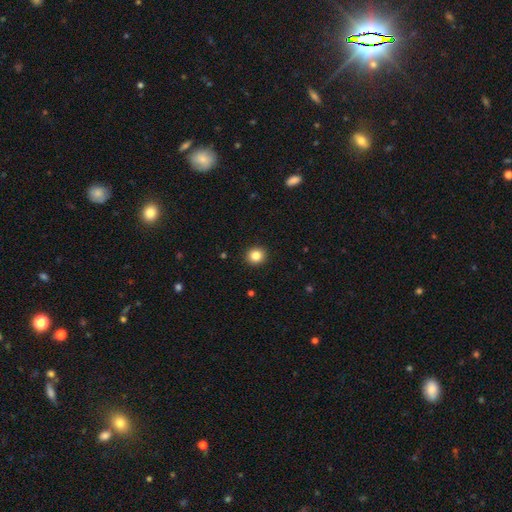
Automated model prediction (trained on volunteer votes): Morphology: type=smooth (84%); roundness=round (85%); merging=none (93%).